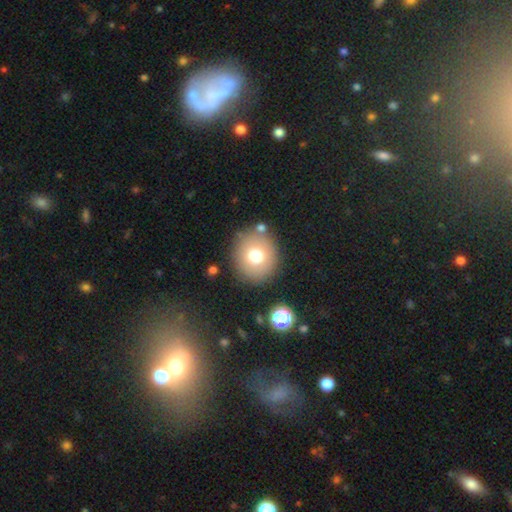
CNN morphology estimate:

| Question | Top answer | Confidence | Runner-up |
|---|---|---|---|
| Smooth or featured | smooth | 73% | featured or disk (16%) |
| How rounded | round | 85% | in between (14%) |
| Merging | none | 83% | minor disturbance (9%) |